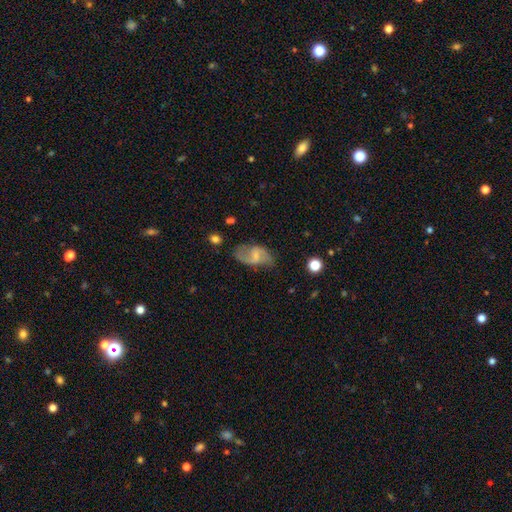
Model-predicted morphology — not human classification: Overall: featured or disk (70%). Edge-on disk: no (97%). Bar: weak (55%; no 23%). Spiral arms: yes (88%). Spiral arm count: 2 (88%). Spiral winding: loose (57%; medium 34%). Bulge size: small (48%; none 25%). Merging: none (66%).